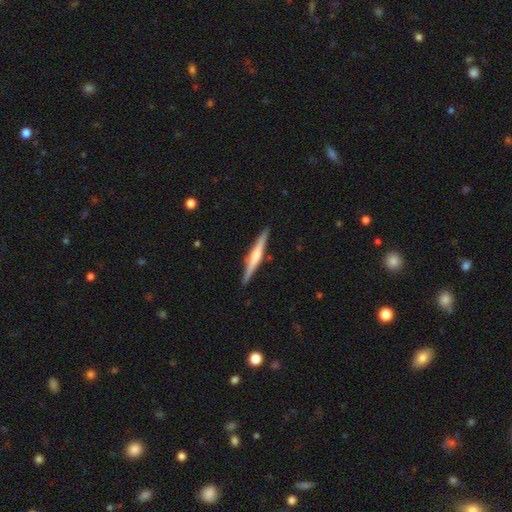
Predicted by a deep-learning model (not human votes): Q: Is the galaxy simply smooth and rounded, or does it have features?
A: featured or disk — 64%.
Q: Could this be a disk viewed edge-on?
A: yes — 98%.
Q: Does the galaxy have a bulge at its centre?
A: rounded — 67%.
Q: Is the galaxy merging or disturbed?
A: none — 90%.